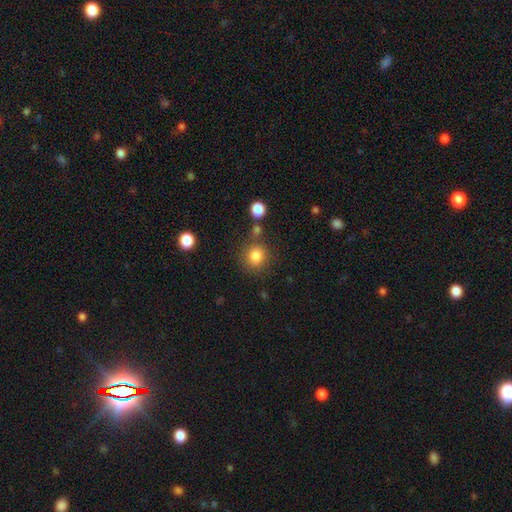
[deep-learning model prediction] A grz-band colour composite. It shows a smooth galaxy with no disk features (83%) that is round (86%). Merging: none (76%).